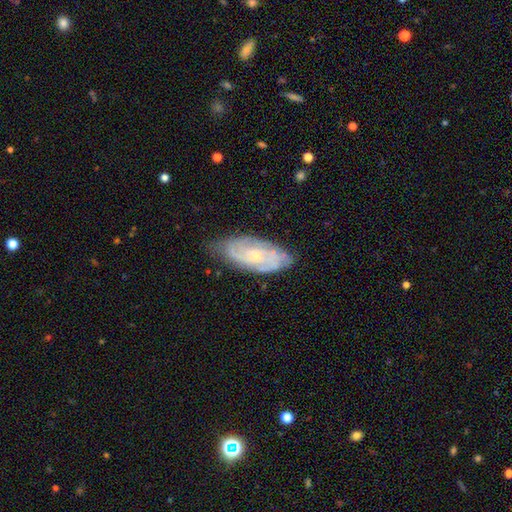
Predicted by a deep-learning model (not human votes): featured or disk 76%, smooth 17%, star or artifact 6%. Down the decision tree: edge-on disk — no (93%); bar — no (68%); spiral arms — yes (91%); spiral arm count — can't tell (42%); spiral winding — tight (63%); bulge size — small (68%); merging — none (73%).